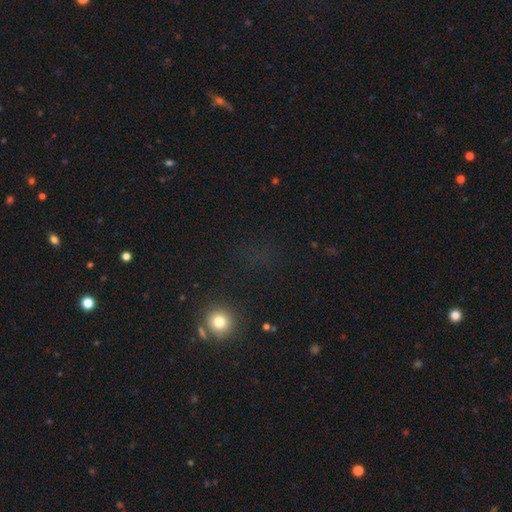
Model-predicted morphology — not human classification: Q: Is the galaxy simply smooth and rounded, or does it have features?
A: star or artifact — 48%.